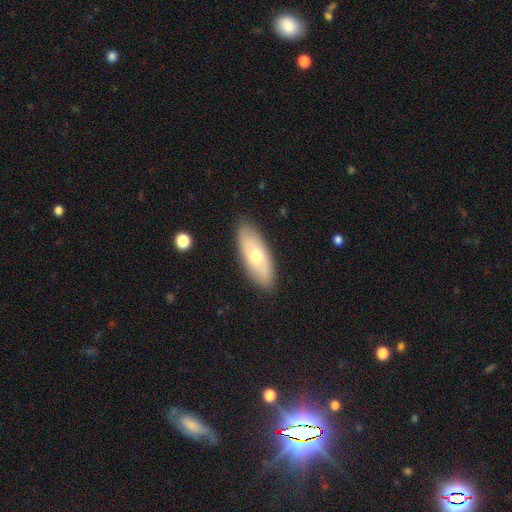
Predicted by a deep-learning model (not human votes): smooth 58%, featured or disk 36%, star or artifact 6%. Down the decision tree: how rounded — in between (79%); merging — none (86%).